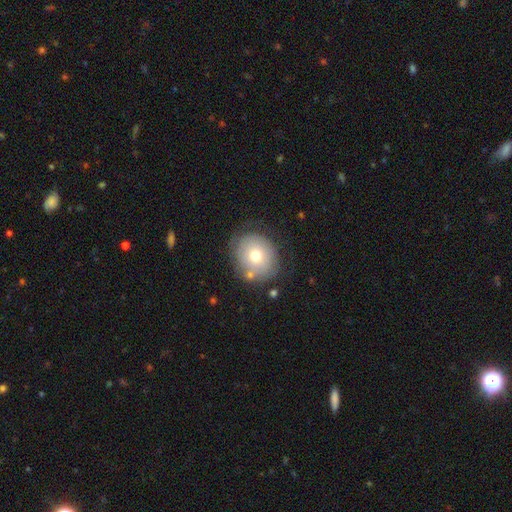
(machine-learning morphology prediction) Smooth or featured: smooth — 68% (featured or disk — 22%)
How rounded: round — 75% (in between — 24%)
Merging: none — 72% (minor disturbance — 17%)